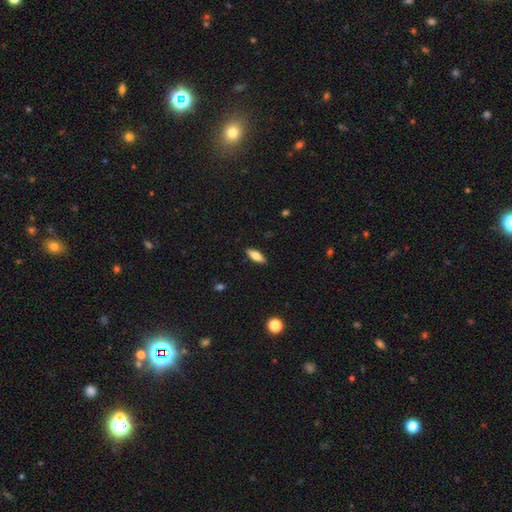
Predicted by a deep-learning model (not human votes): A smooth galaxy with no disk features (72%) that is in between round and cigar-shaped (66%).

Vote fractions:
- Smooth or featured? smooth: 72% / featured or disk: 21% / star or artifact: 7%
- How rounded? in between: 66% / cigar-shaped: 31% / round: 2%
- Merging? none: 89% / minor disturbance: 8% / major disturbance: 2% / merger: 1%